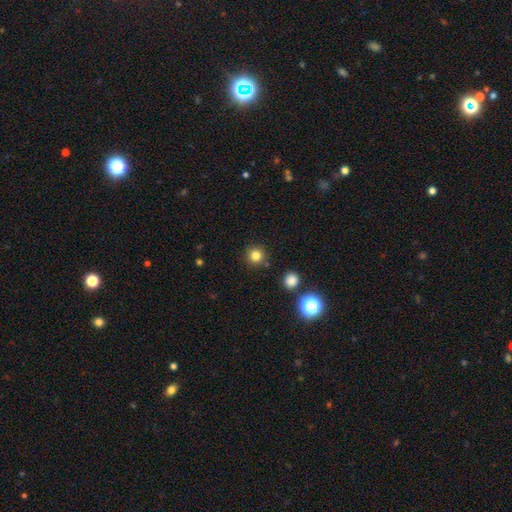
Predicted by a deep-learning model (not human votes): Q: Smooth or featured?
A: smooth (81%); runner-up: star or artifact (14%)
Q: How rounded?
A: round (94%); runner-up: in between (5%)
Q: Merging?
A: none (89%); runner-up: minor disturbance (6%)